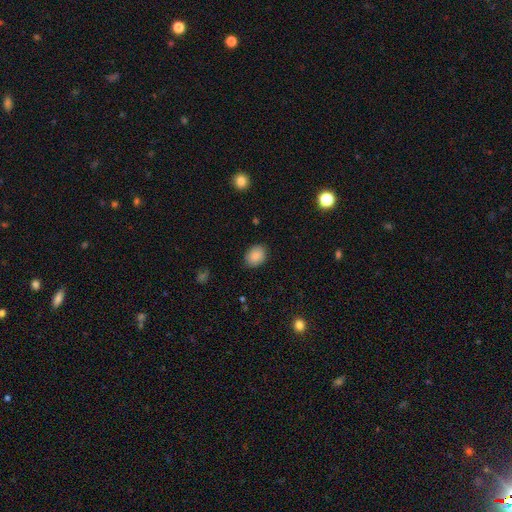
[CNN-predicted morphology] A smooth galaxy with no disk features (87%) that is in between round and cigar-shaped (65%). Merging: none (86%).